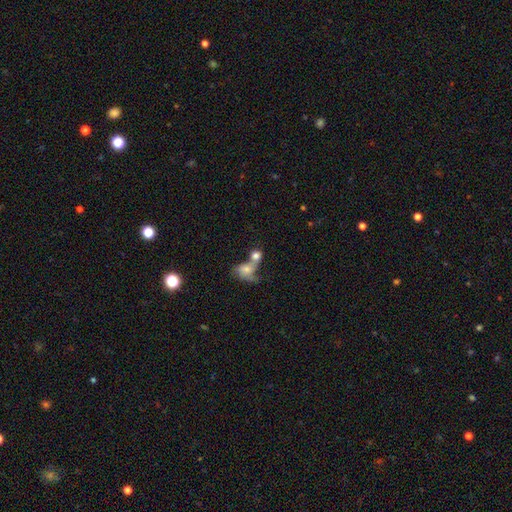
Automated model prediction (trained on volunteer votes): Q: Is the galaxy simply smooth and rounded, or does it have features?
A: smooth — 64%.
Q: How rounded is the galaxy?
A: round — 53%.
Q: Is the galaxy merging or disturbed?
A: merger — 69%.